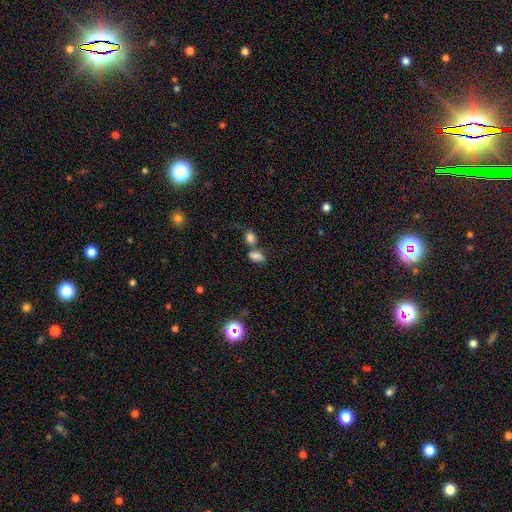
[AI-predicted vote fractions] Smooth or featured: smooth — 76% (star or artifact — 14%)
How rounded: in between — 84% (round — 12%)
Merging: merger — 45% (none — 34%)